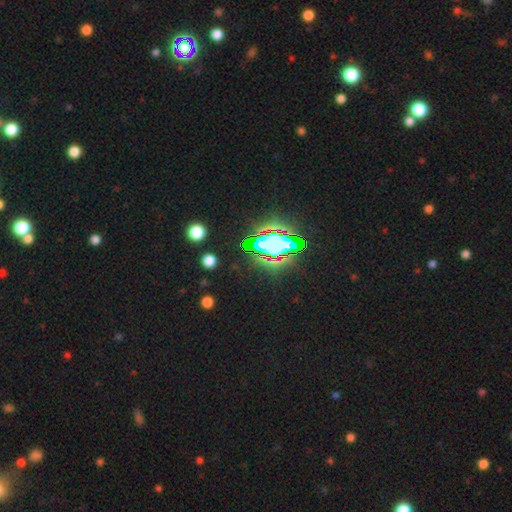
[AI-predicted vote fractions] The model was most divided on "smooth or featured": star or artifact: 82%, smooth: 10%, featured or disk: 8%.